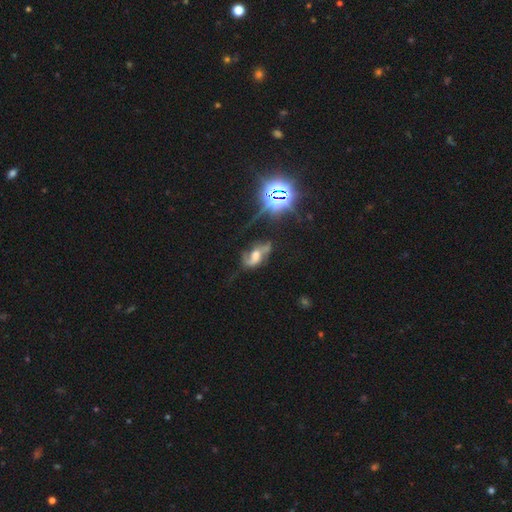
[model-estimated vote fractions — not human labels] Smooth or featured? Predicted: featured or disk (p=0.64). Edge-on disk? Predicted: no (p=0.93). Bar? Predicted: no (p=0.46). Spiral arms? Predicted: yes (p=0.83). Bulge size? Predicted: moderate (p=0.46). Merging? Predicted: none (p=0.45).